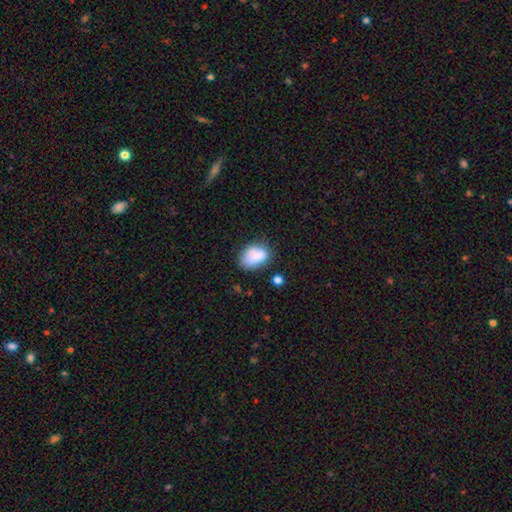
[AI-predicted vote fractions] Smooth or featured: smooth — 80% (featured or disk — 11%)
How rounded: in between — 81% (round — 17%)
Merging: none — 57% (minor disturbance — 26%)